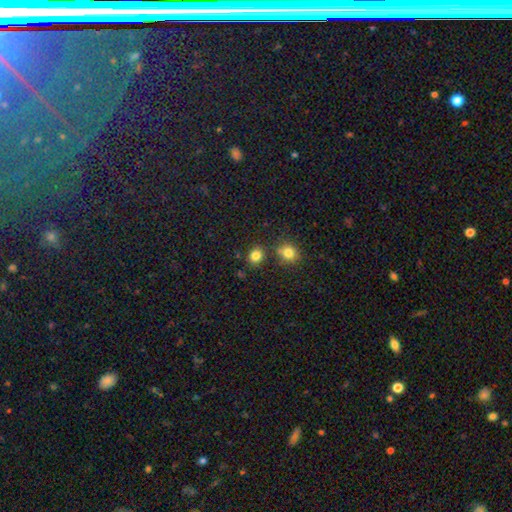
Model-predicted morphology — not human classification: smooth-or-featured: smooth: 83% | star or artifact: 12% | featured or disk: 5%
  how-rounded: round: 72% | in between: 27% | cigar-shaped: 1%
  merging: none: 80% | minor disturbance: 9% | merger: 8% | major disturbance: 3%